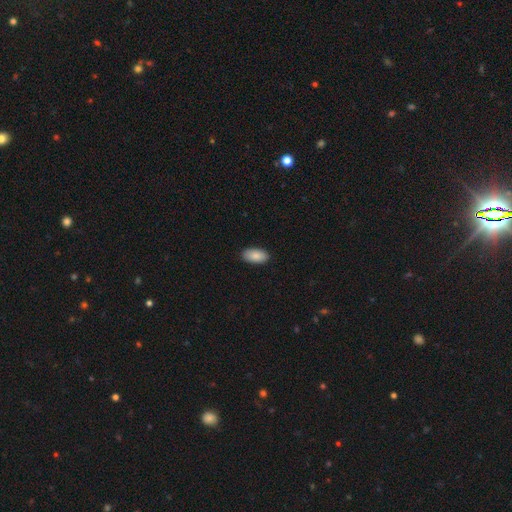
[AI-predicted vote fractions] Morphology: type=smooth (89%); roundness=in between (95%); merging=none (90%).